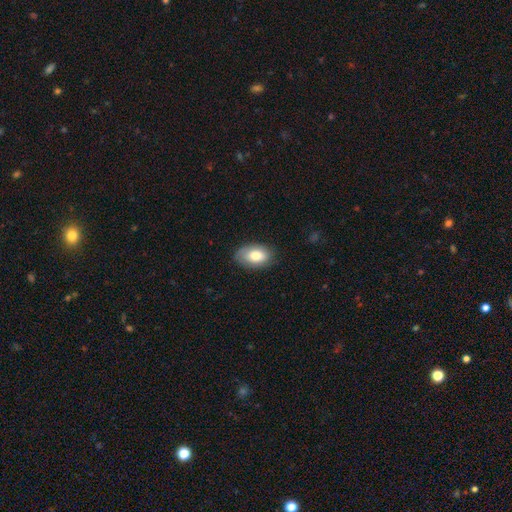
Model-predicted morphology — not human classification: Q: Smooth or featured?
A: smooth (78%); runner-up: featured or disk (15%)
Q: How rounded?
A: in between (91%); runner-up: round (8%)
Q: Merging?
A: none (81%); runner-up: minor disturbance (15%)